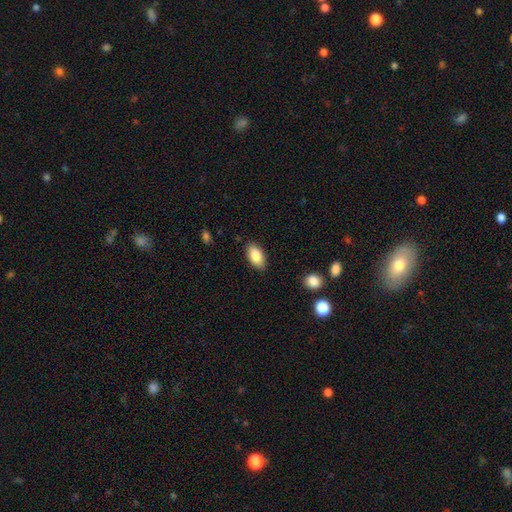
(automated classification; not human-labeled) The model was most divided on "merging": none: 87%, minor disturbance: 10%, major disturbance: 2%, merger: 1%. More confident: how rounded — in between (93%); smooth or featured — smooth (86%).